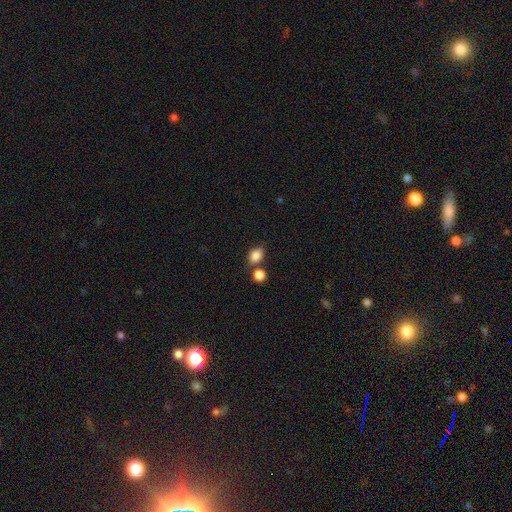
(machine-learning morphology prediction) smooth_or_featured: smooth (p=0.85) [alt: star or artifact p=0.10]
how_rounded: in between (p=0.66) [alt: round p=0.33]
merging: none (p=0.60) [alt: merger p=0.23]